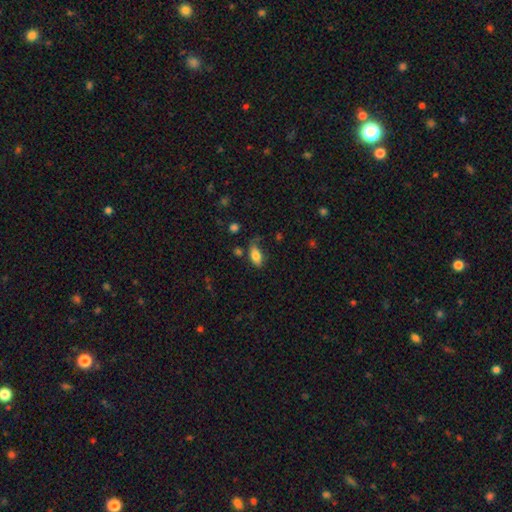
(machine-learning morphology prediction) This appears to be a smooth galaxy with no disk features (81%) that is in between round and cigar-shaped (87%). Merging: none (55%).